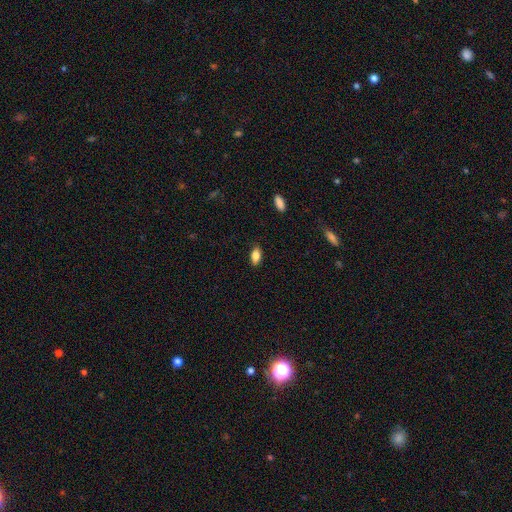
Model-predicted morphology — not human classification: This appears to be a smooth galaxy with no disk features (83%) that is in between round and cigar-shaped (89%). Merging: none (86%).